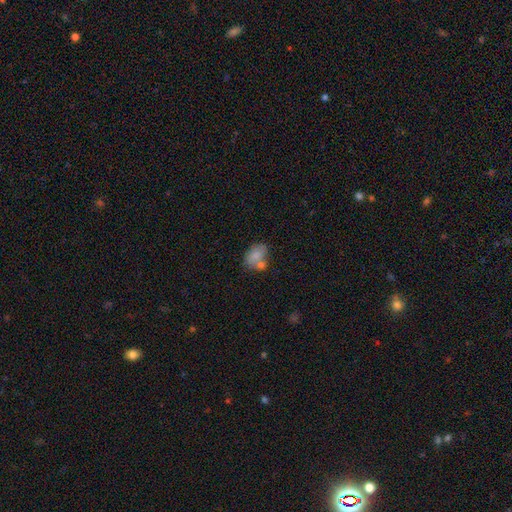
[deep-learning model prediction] Smooth or featured?
  - smooth: 78% *
  - featured or disk: 14%
  - star or artifact: 9%
How rounded?
  - in between: 79% *
  - round: 19%
  - cigar-shaped: 1%
Merging?
  - none: 42% *
  - merger: 33%
  - minor disturbance: 18%
  - major disturbance: 7%